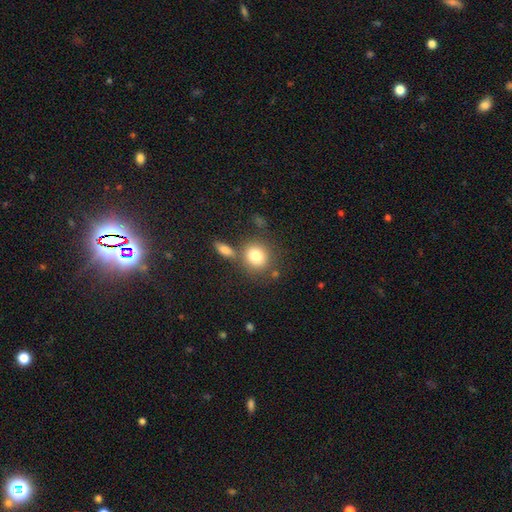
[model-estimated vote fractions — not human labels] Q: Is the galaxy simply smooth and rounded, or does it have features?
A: smooth — 80%.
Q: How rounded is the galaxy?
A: round — 77%.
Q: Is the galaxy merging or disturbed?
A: none — 65%.